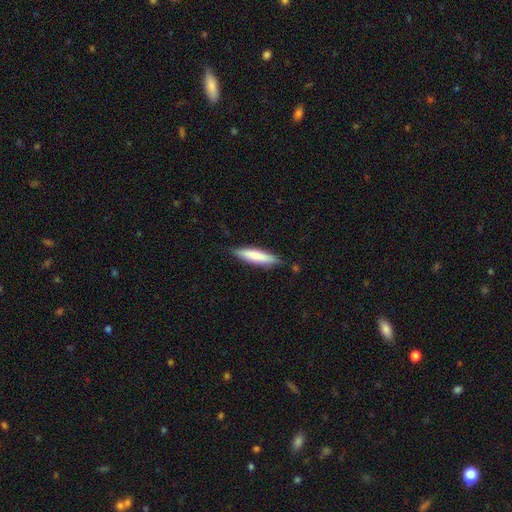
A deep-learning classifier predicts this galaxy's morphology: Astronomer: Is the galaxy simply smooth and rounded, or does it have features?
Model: smooth — 77%.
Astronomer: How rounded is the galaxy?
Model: cigar-shaped — 78%.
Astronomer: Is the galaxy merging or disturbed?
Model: none — 81%.